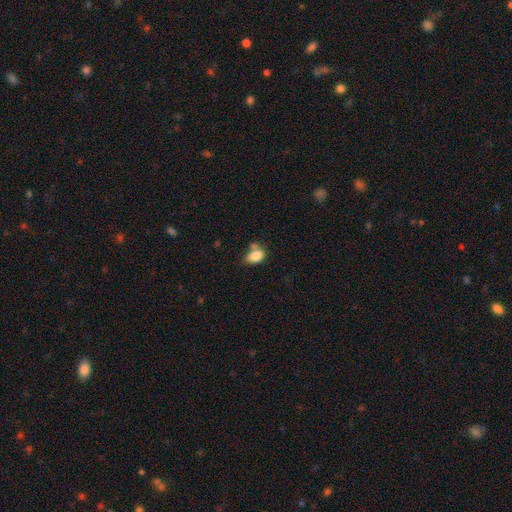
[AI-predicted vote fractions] Smooth or featured?
  - smooth: 82% *
  - star or artifact: 9%
  - featured or disk: 9%
How rounded?
  - in between: 78% *
  - round: 20%
  - cigar-shaped: 1%
Merging?
  - none: 41% *
  - minor disturbance: 27%
  - merger: 23%
  - major disturbance: 10%